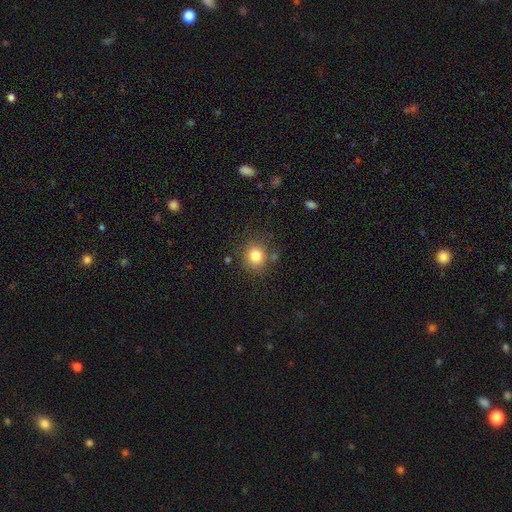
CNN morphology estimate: Smooth or featured? Predicted: smooth (p=0.81). How rounded? Predicted: round (p=0.82). Merging? Predicted: none (p=0.81).